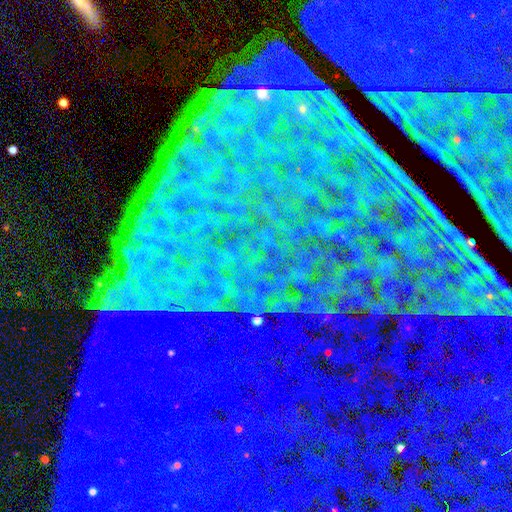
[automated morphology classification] This appears to be a star or artifact, not a galaxy (85%).